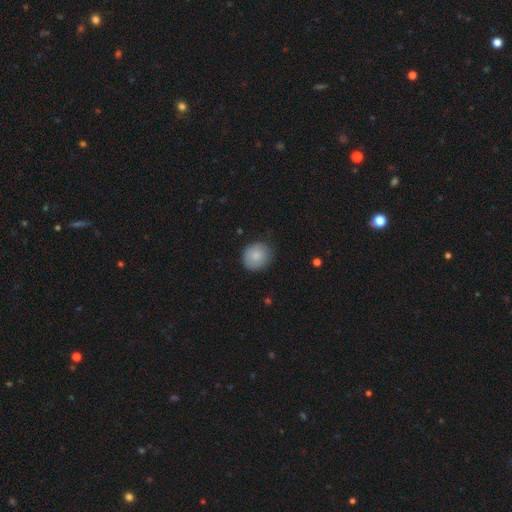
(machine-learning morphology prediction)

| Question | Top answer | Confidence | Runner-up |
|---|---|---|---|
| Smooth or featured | smooth | 84% | featured or disk (9%) |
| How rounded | round | 81% | in between (19%) |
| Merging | none | 80% | minor disturbance (16%) |